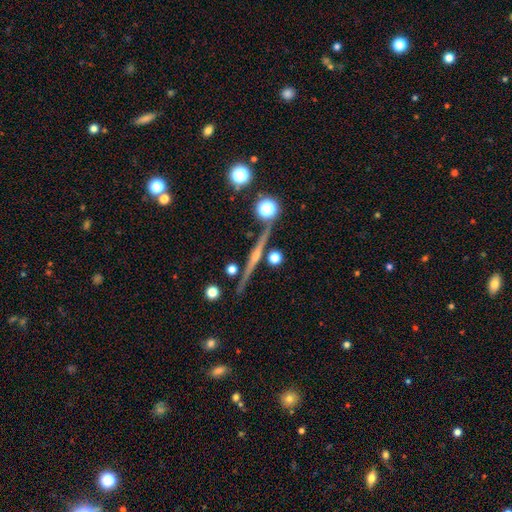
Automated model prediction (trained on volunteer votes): smooth-or-featured: featured or disk: 79% | smooth: 12% | star or artifact: 9%
  disk-edge-on: yes: 98% | no: 2%
    edge-on-bulge: rounded: 69% | none: 21% | boxy: 10%
  merging: none: 88% | minor disturbance: 7% | merger: 3% | major disturbance: 2%